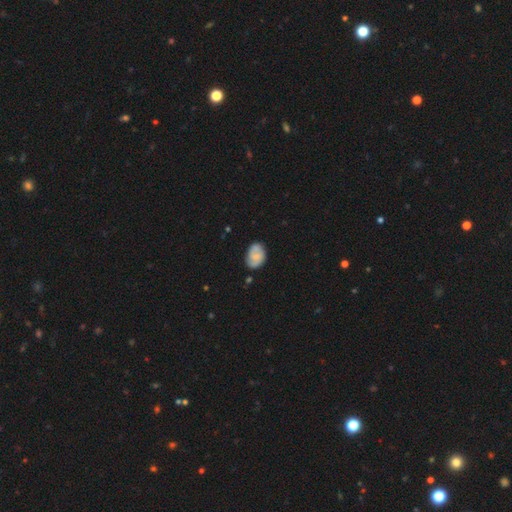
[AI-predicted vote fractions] Q: Smooth or featured?
A: smooth (55%); runner-up: featured or disk (37%)
Q: How rounded?
A: in between (80%); runner-up: round (19%)
Q: Merging?
A: none (72%); runner-up: minor disturbance (21%)